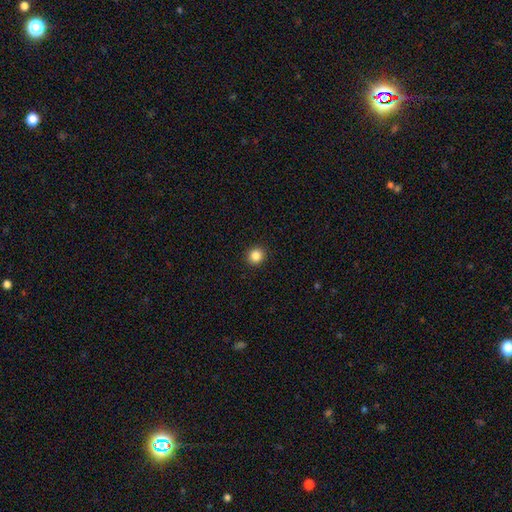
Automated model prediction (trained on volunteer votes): Q: Smooth or featured?
A: smooth (85%); runner-up: star or artifact (11%)
Q: How rounded?
A: round (90%); runner-up: in between (9%)
Q: Merging?
A: none (93%); runner-up: minor disturbance (5%)